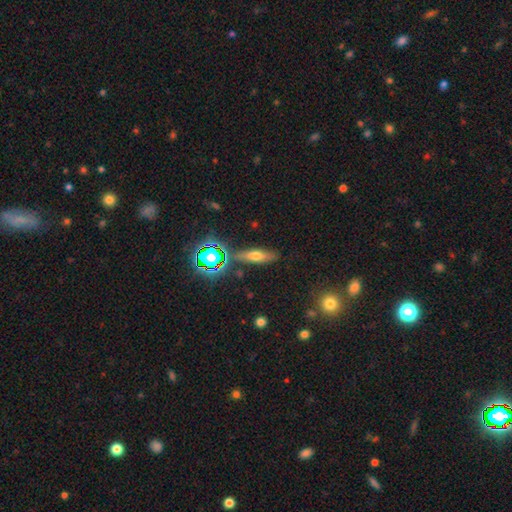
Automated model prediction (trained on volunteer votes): Smooth or featured: smooth — 51% (featured or disk — 31%)
How rounded: cigar-shaped — 60% (in between — 34%)
Merging: none — 79% (minor disturbance — 13%)